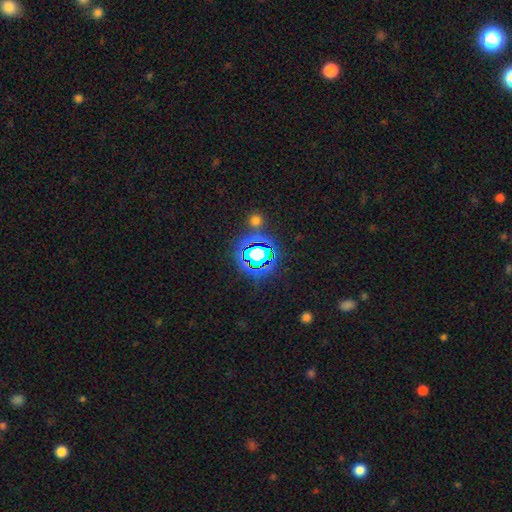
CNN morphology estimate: A star or artifact, not a galaxy (72%).

Vote fractions:
- Smooth or featured? star or artifact: 72% / smooth: 17% / featured or disk: 11%